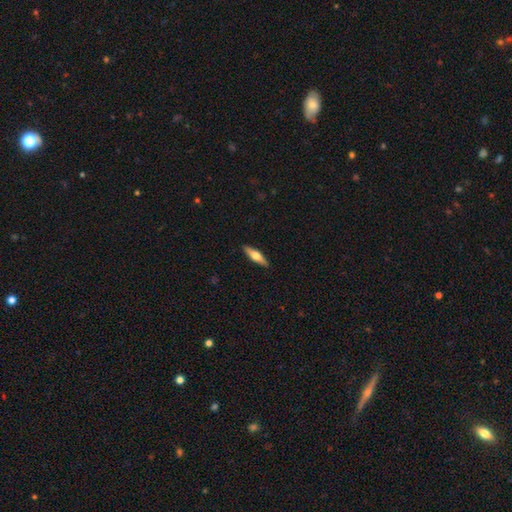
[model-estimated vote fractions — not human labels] This appears to be a smooth galaxy with no disk features (48%). Merging: none (90%).